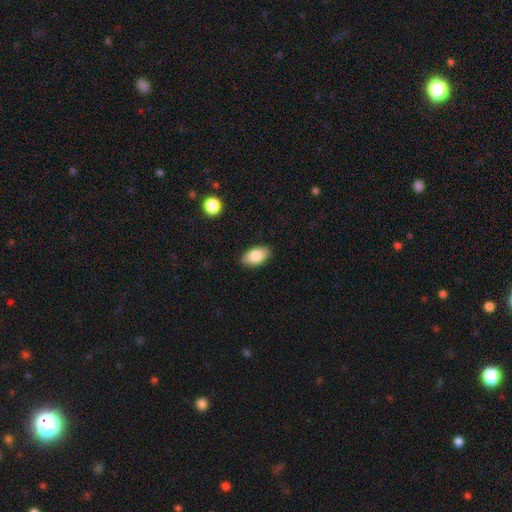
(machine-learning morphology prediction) Smooth or featured? smooth (83%)
How rounded? in between (93%)
Merging? none (86%)